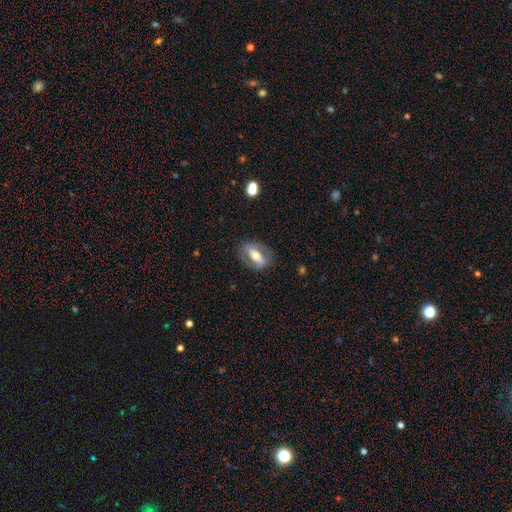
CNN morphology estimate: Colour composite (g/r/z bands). It shows a featured or disk galaxy (62%) with a strong bar (52%), no spiral arms (55%) and a moderate central bulge (67%). Merging: none (78%).